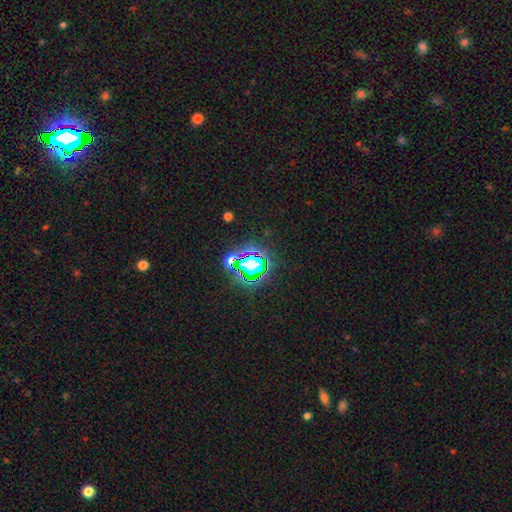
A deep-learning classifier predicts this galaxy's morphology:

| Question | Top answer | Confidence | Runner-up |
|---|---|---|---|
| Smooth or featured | star or artifact | 76% | smooth (15%) |